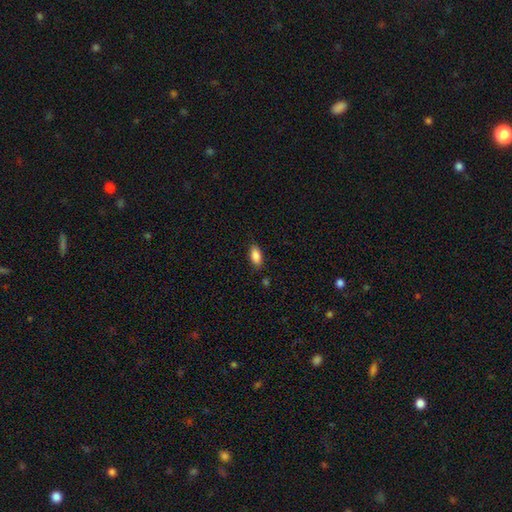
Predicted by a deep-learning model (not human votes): Smooth or featured?
  - smooth: 87% *
  - star or artifact: 8%
  - featured or disk: 5%
How rounded?
  - in between: 90% *
  - cigar-shaped: 7%
  - round: 3%
Merging?
  - none: 83% *
  - minor disturbance: 12%
  - major disturbance: 3%
  - merger: 2%